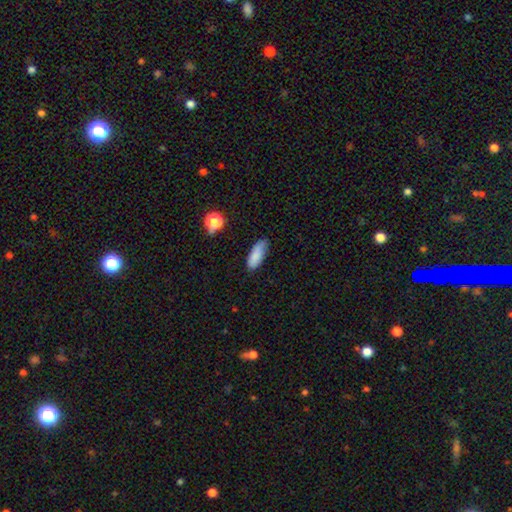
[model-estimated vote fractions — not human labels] This is clearly a smooth galaxy (85%). How rounded: likely in between (72%). Merging: likely none (72%).